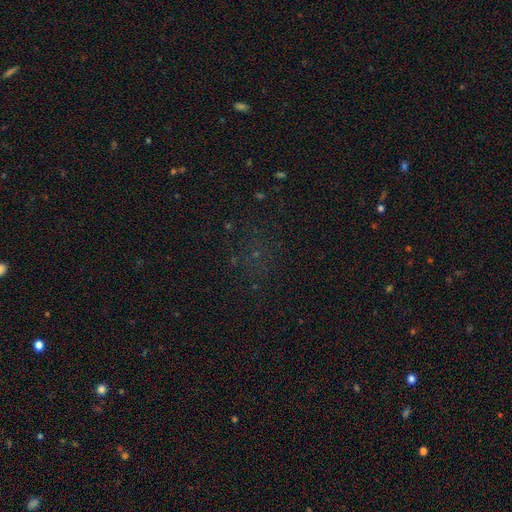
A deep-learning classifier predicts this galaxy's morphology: smooth_or_featured: star or artifact (p=0.58) [alt: smooth p=0.29]